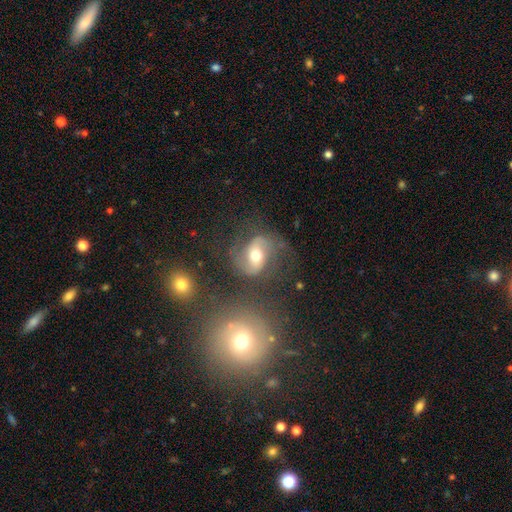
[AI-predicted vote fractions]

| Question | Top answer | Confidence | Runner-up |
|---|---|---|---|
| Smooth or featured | featured or disk | 75% | smooth (16%) |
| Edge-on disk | no | 97% | yes (3%) |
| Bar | weak | 41% | no (34%) |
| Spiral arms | yes | 91% | no (9%) |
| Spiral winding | medium | 47% | loose (38%) |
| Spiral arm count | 2 | 90% | can't tell (4%) |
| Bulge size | moderate | 72% | small (15%) |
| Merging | none | 62% | minor disturbance (18%) |